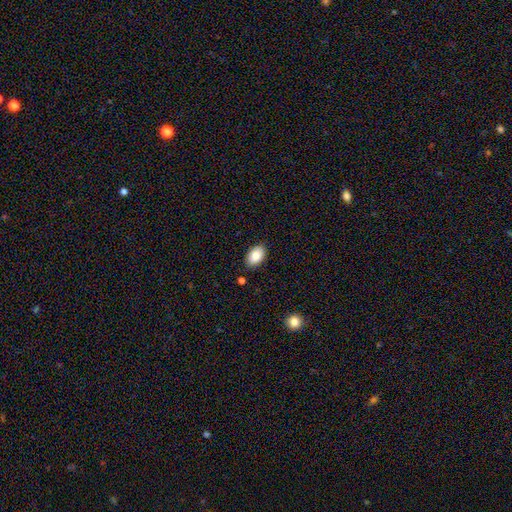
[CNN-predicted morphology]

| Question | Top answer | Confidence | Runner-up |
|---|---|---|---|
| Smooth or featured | smooth | 85% | featured or disk (8%) |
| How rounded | in between | 92% | round (7%) |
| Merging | none | 87% | minor disturbance (9%) |